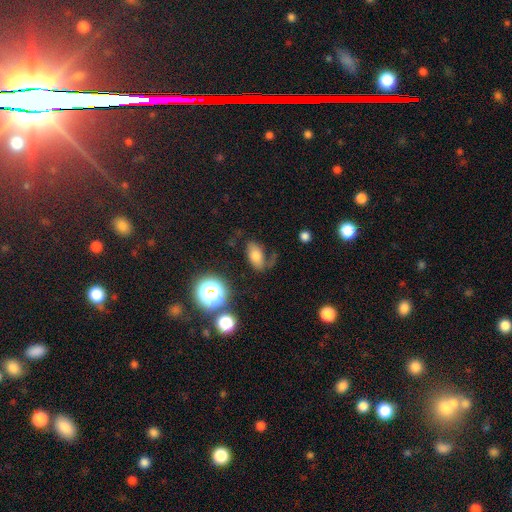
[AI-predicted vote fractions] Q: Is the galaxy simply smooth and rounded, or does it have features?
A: smooth — 64%.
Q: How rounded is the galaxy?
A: in between — 87%.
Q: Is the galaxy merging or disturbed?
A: none — 55%.